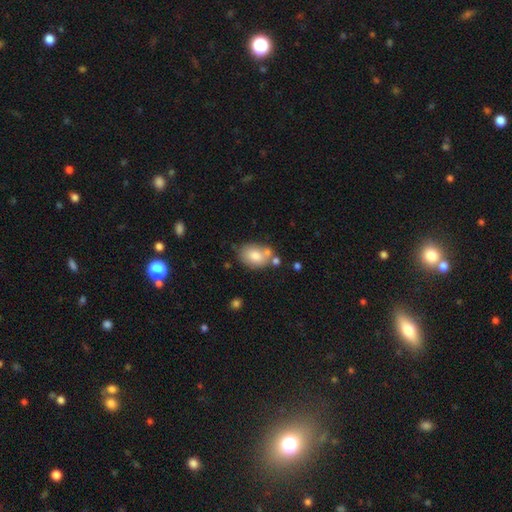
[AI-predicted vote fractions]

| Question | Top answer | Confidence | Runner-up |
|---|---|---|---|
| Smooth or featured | smooth | 76% | featured or disk (16%) |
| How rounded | in between | 77% | round (22%) |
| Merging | none | 55% | merger (20%) |